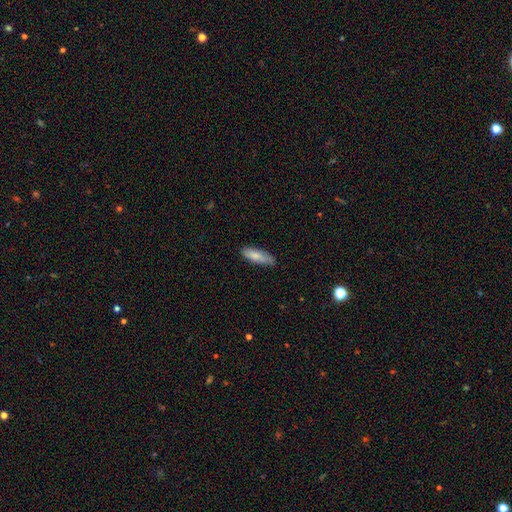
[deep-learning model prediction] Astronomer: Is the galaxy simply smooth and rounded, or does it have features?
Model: smooth — 81%.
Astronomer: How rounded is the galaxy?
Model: in between — 51% (runner-up: cigar-shaped, 47%).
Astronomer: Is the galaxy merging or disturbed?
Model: none — 77%.